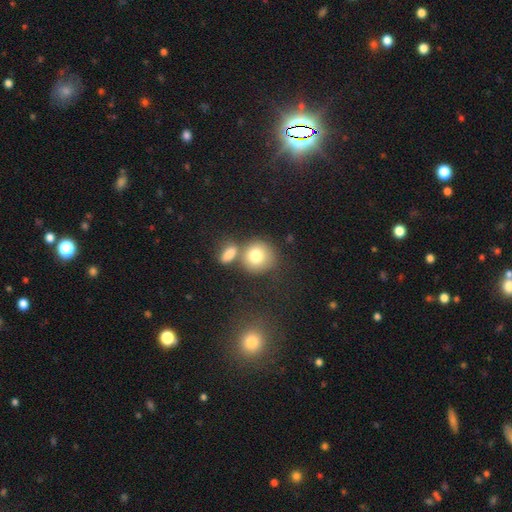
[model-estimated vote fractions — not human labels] This is likely a smooth galaxy (78%). How rounded: clearly round (83%). Merging: possibly none (53%).